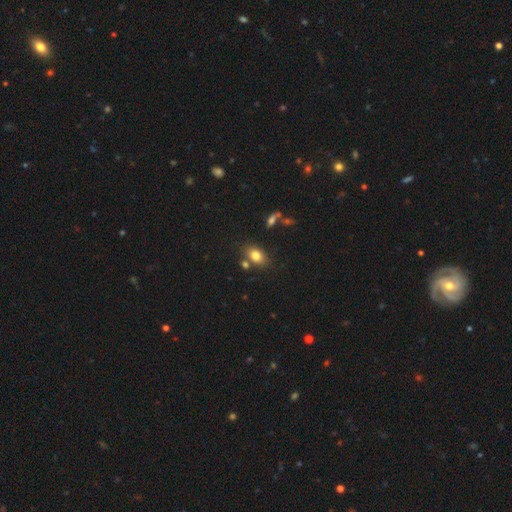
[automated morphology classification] Smooth or featured: smooth — 80% (star or artifact — 10%)
How rounded: in between — 79% (round — 20%)
Merging: none — 70% (merger — 13%)